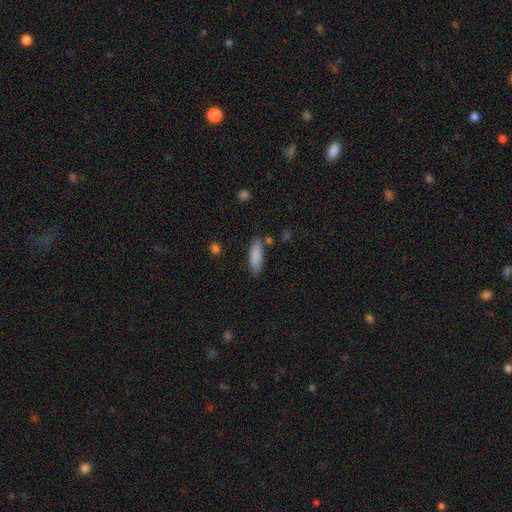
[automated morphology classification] The model was most divided on "how rounded": in between: 57%, cigar-shaped: 41%, round: 2%. More confident: smooth or featured — smooth (86%); merging — none (79%).